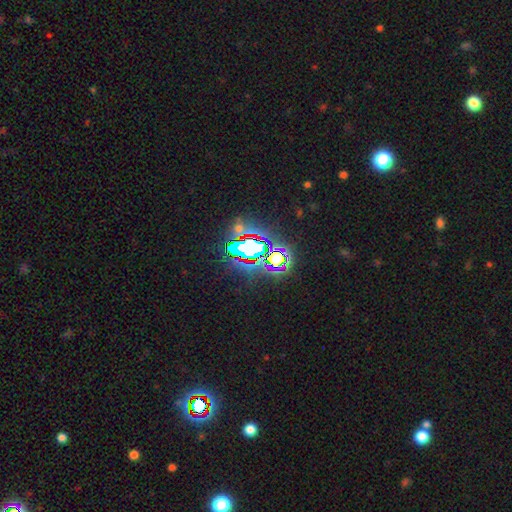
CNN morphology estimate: Smooth or featured: star or artifact — 80% (smooth — 11%)